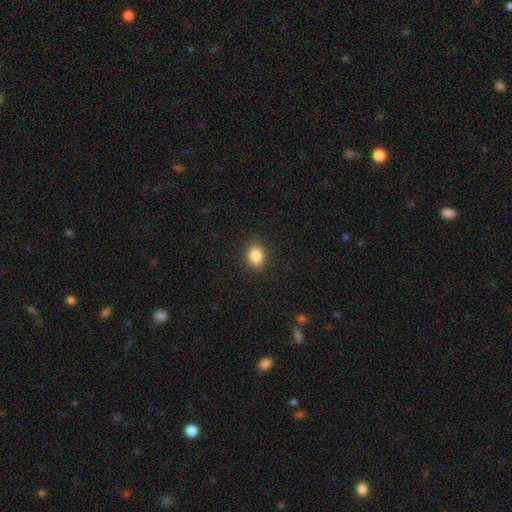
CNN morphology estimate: Smooth or featured?
  - smooth: 86% *
  - star or artifact: 9%
  - featured or disk: 4%
How rounded?
  - in between: 67% *
  - round: 32%
  - cigar-shaped: 1%
Merging?
  - none: 88% *
  - minor disturbance: 9%
  - major disturbance: 3%
  - merger: 1%